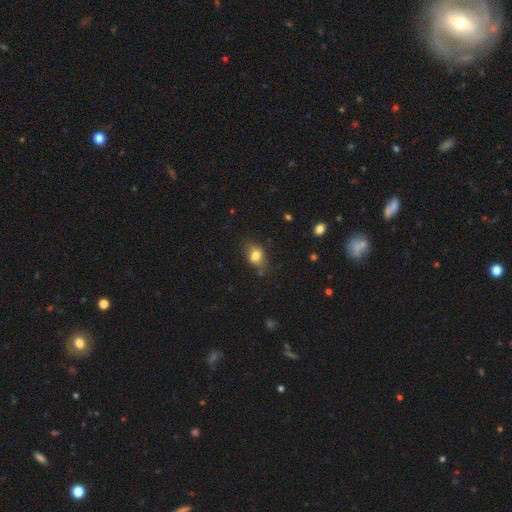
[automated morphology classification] Smooth or featured? Predicted: smooth (p=0.76). How rounded? Predicted: in between (p=0.64). Merging? Predicted: none (p=0.71).